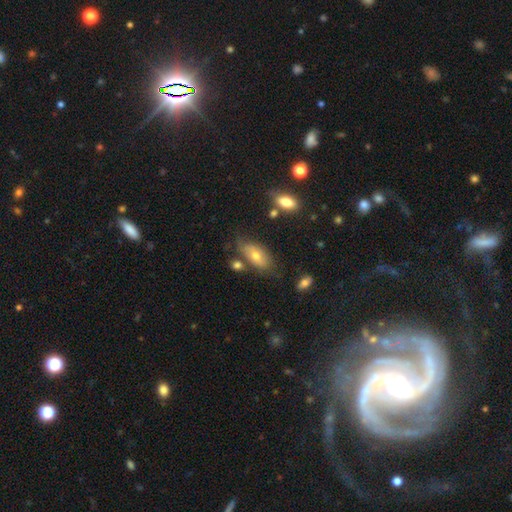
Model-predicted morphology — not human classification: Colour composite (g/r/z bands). It shows a smooth galaxy with no disk features (61%) that is in between round and cigar-shaped (89%). Merging: none (62%).